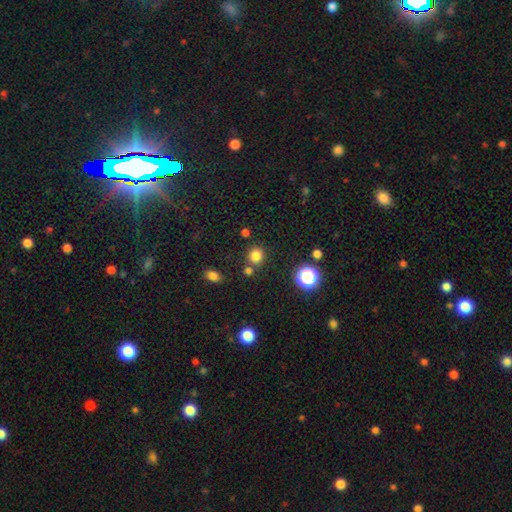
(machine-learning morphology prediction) type=smooth (78%); roundness=round (85%); merging=none (76%).